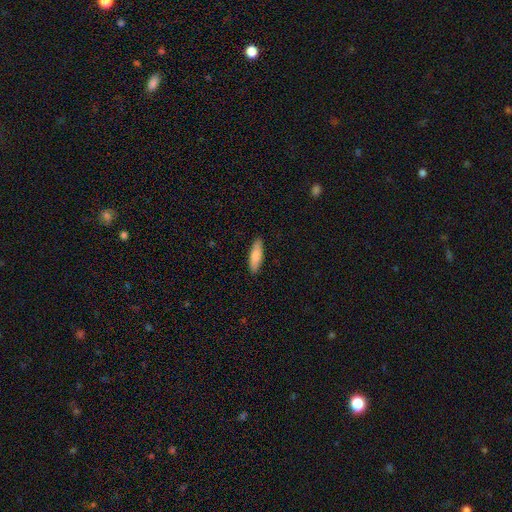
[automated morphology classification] type=smooth (77%); roundness=cigar-shaped (52%); merging=none (90%).